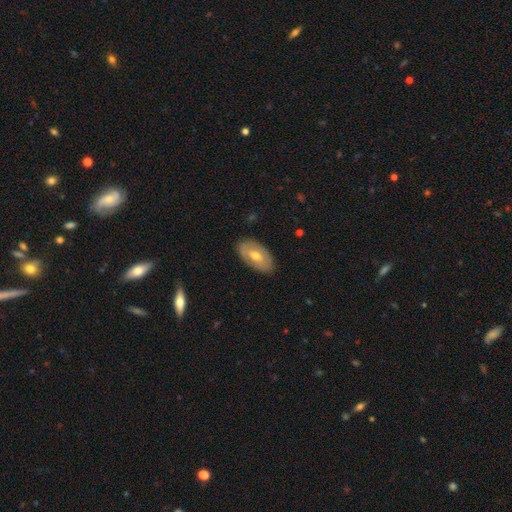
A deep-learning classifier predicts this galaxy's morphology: smooth-or-featured: smooth: 47% | featured or disk: 46% | star or artifact: 7%
  merging: none: 84% | minor disturbance: 12% | major disturbance: 3% | merger: 1%